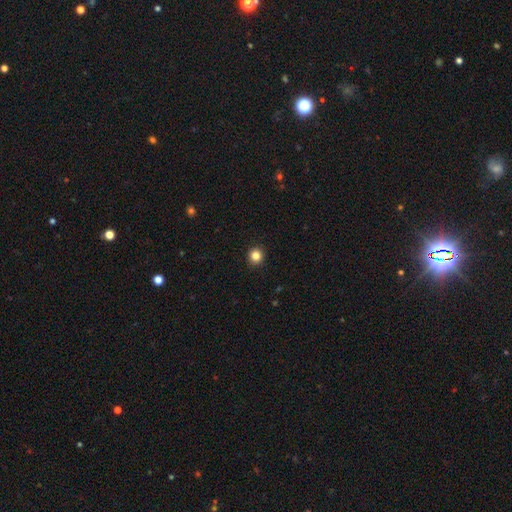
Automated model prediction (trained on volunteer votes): Smooth or featured? smooth (84%)
How rounded? round (91%)
Merging? none (93%)